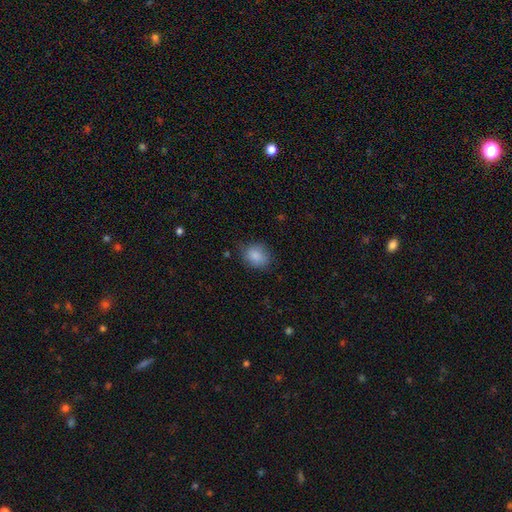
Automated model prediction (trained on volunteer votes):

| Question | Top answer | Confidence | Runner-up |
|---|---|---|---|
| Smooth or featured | smooth | 86% | star or artifact (8%) |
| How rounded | round | 58% | in between (41%) |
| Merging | none | 73% | minor disturbance (20%) |